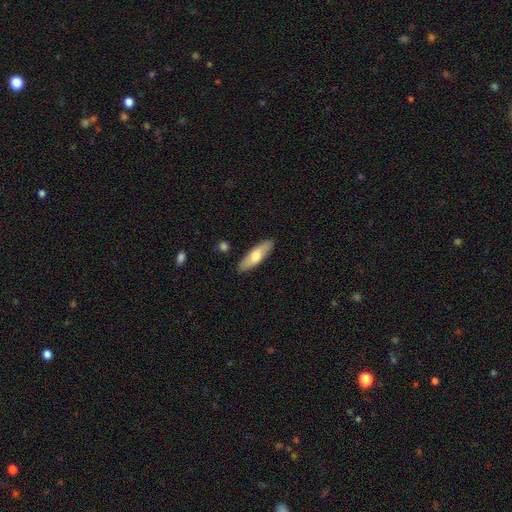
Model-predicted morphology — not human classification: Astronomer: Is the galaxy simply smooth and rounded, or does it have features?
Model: smooth — 63%.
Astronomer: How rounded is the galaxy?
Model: in between — 50% (runner-up: cigar-shaped, 47%).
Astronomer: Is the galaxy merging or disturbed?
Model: none — 87%.